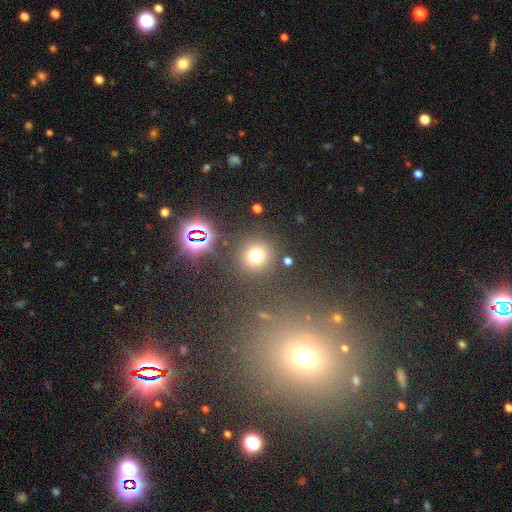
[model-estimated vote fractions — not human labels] Overall: smooth (68%). How rounded: round (90%). Merging: none (84%).